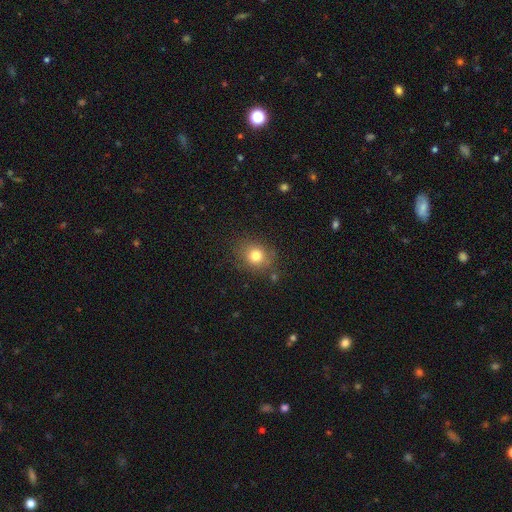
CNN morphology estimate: type=smooth (79%); roundness=round (70%); merging=none (80%).